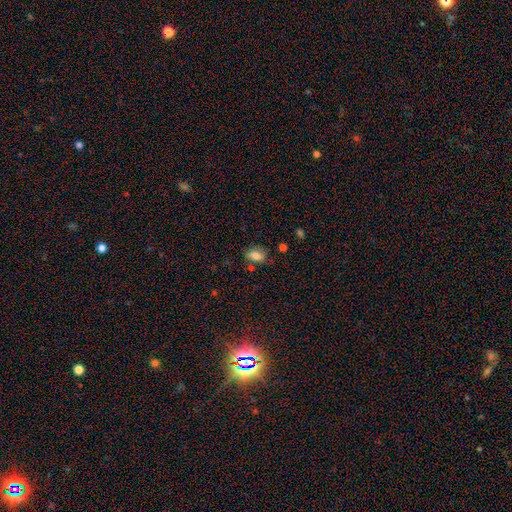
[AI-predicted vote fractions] Smooth or featured? smooth (77%)
How rounded? in between (81%)
Merging? none (67%)